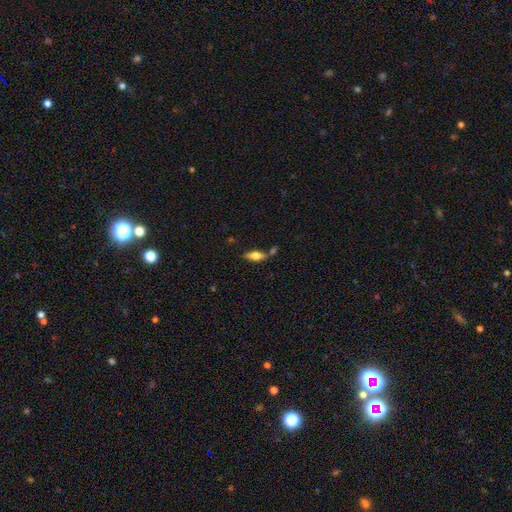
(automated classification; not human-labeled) smooth 57%, featured or disk 35%, star or artifact 8%. Down the decision tree: how rounded — in between (66%); merging — none (62%).